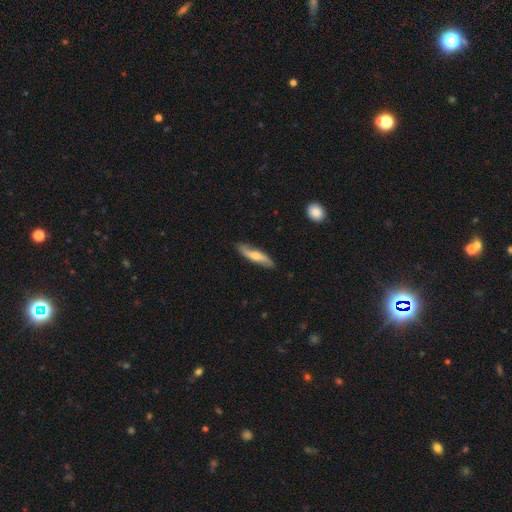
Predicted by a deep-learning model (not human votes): Q: Smooth or featured?
A: featured or disk (53%); runner-up: smooth (41%)
Q: Edge-on disk?
A: no (58%); runner-up: yes (42%)
Q: Merging?
A: none (82%); runner-up: minor disturbance (14%)